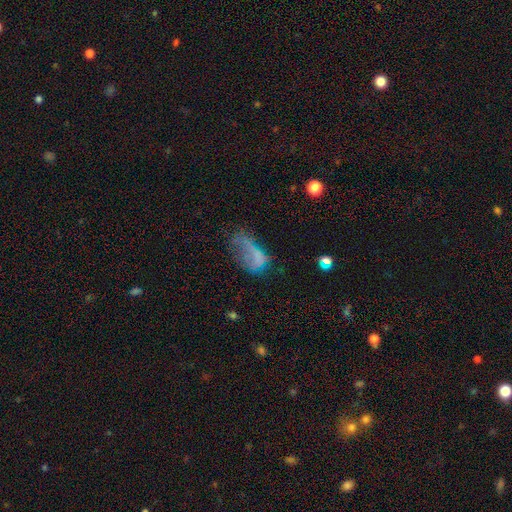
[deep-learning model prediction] Morphology: type=smooth (45%); merging=major disturbance (49%).